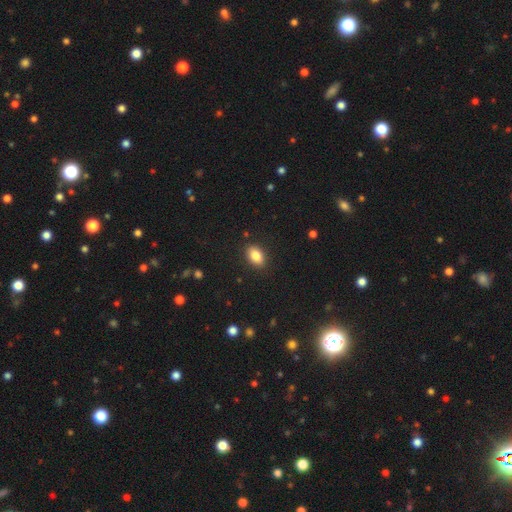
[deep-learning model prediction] smooth_or_featured: smooth (p=0.84) [alt: star or artifact p=0.08]
how_rounded: in between (p=0.87) [alt: round p=0.11]
merging: none (p=0.88) [alt: minor disturbance p=0.08]